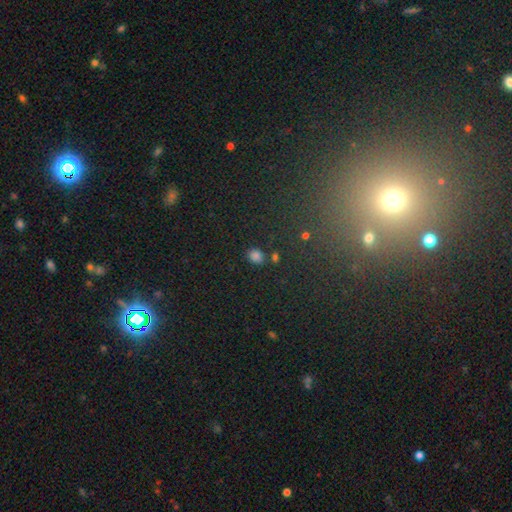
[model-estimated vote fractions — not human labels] A smooth galaxy with no disk features (77%) that is in between round and cigar-shaped (51%). Merging: none (80%).